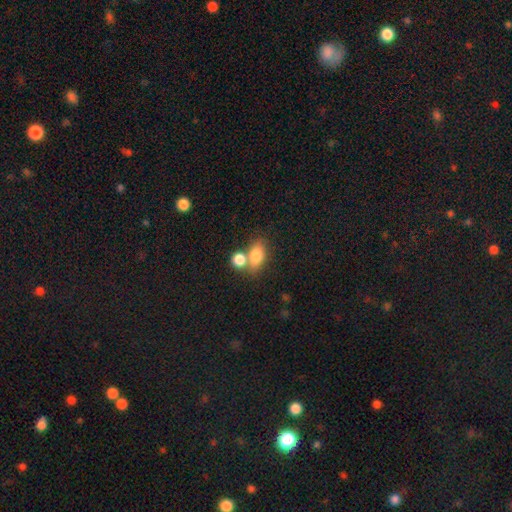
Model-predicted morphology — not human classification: smooth 80%, featured or disk 11%, star or artifact 9%. Down the decision tree: how rounded — in between (75%); merging — none (43%).